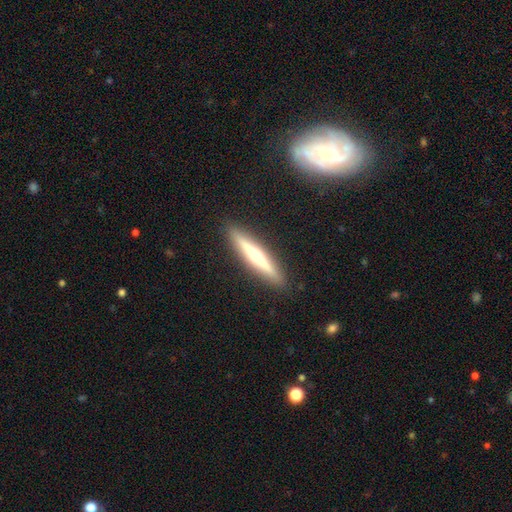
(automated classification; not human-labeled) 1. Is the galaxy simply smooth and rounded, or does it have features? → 64% featured or disk, 31% smooth, 5% star or artifact.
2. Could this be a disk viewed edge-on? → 97% yes, 3% no.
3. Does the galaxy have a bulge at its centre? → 80% rounded, 14% none, 6% boxy.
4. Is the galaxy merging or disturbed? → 91% none, 6% minor disturbance, 1% major disturbance, 1% merger.